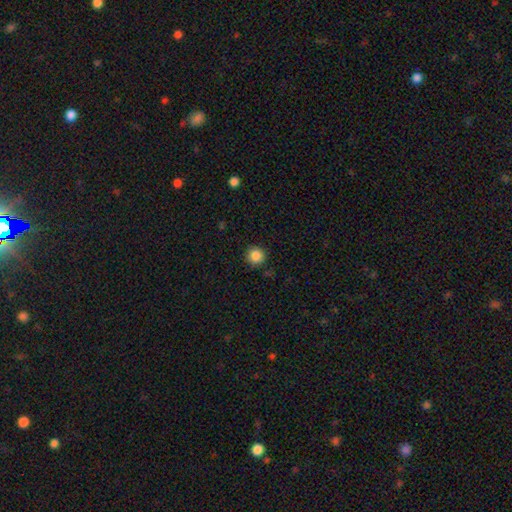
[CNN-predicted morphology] This is clearly a smooth galaxy (86%). How rounded: clearly round (93%). Merging: clearly none (90%).